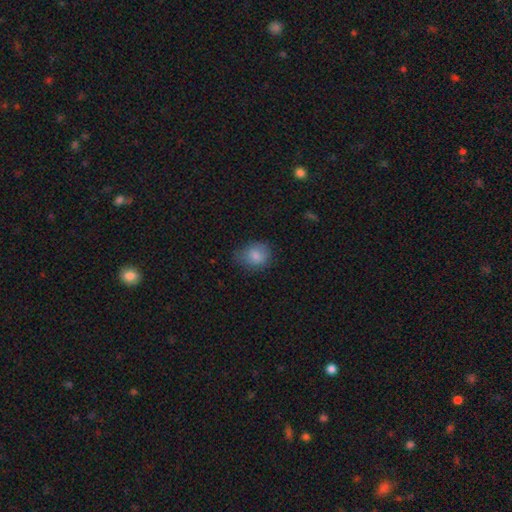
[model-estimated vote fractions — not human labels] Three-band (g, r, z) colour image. It shows a smooth galaxy with no disk features (82%) that is round (50%). Merging: none (59%).